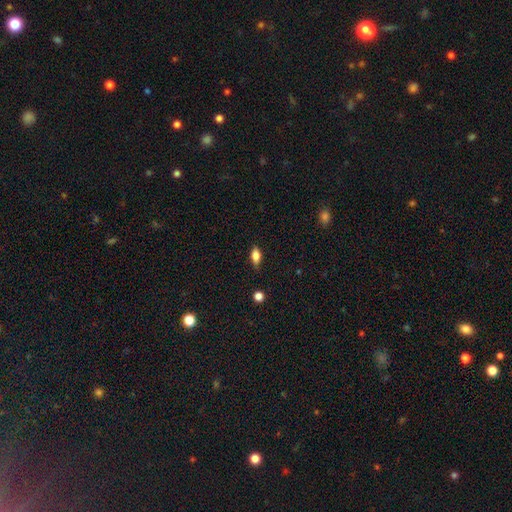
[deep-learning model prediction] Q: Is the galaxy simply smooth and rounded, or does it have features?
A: smooth — 75%.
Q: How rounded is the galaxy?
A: in between — 82%.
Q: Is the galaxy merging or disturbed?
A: none — 84%.